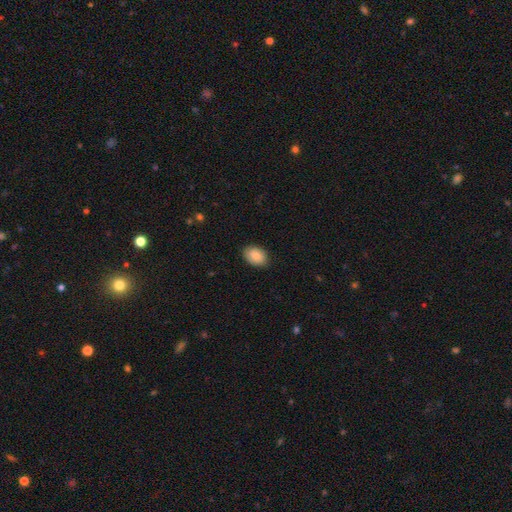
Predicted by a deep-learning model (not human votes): Smooth or featured: smooth — 86% (featured or disk — 7%)
How rounded: in between — 80% (round — 19%)
Merging: none — 86% (minor disturbance — 11%)